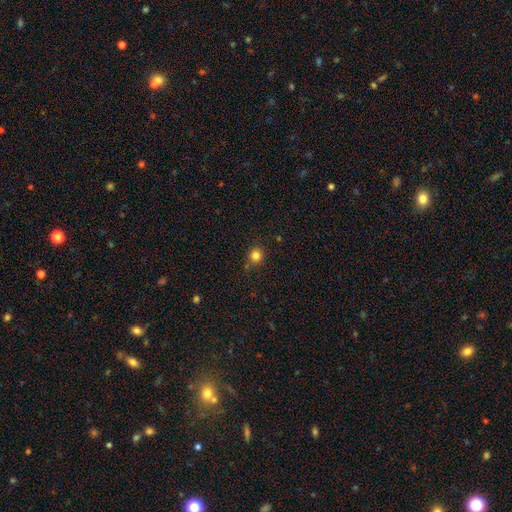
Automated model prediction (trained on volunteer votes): Smooth or featured: smooth — 82% (star or artifact — 13%)
How rounded: round — 91% (in between — 8%)
Merging: none — 83% (minor disturbance — 10%)